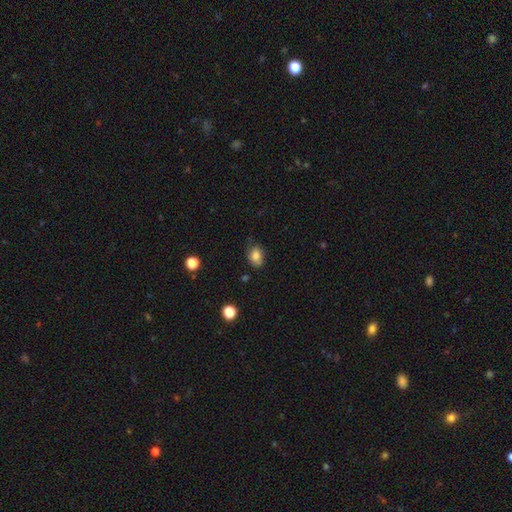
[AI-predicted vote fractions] This appears to be a smooth galaxy with no disk features (82%) that is in between round and cigar-shaped (70%). Merging: none (66%).